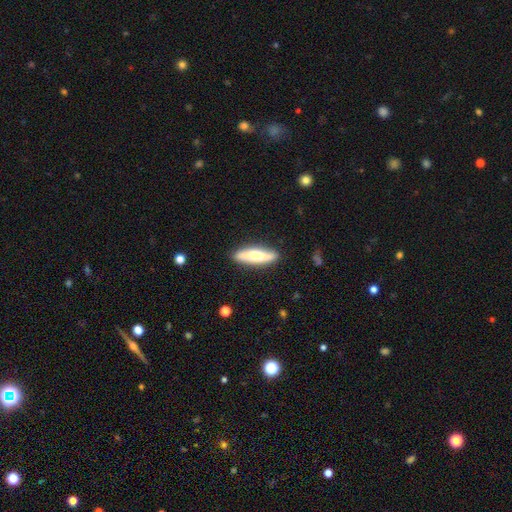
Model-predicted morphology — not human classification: This appears to be a smooth galaxy with no disk features (63%) that is cigar-shaped (69%). Merging: none (84%).